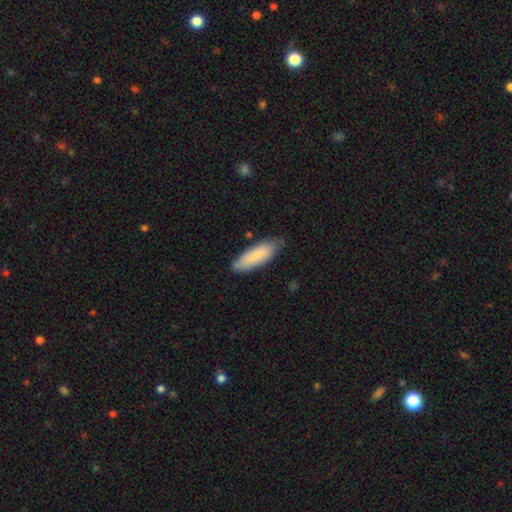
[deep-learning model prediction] This is clearly a smooth galaxy (81%). How rounded: possibly in between (57%). Merging: likely none (74%).